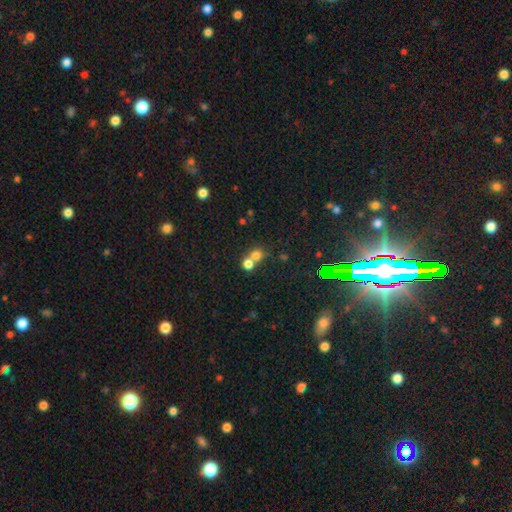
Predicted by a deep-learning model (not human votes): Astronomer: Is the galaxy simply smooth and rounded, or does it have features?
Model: smooth — 73%.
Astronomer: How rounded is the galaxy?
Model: round — 80%.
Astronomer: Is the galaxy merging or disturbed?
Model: merger — 55% (runner-up: none, 37%).